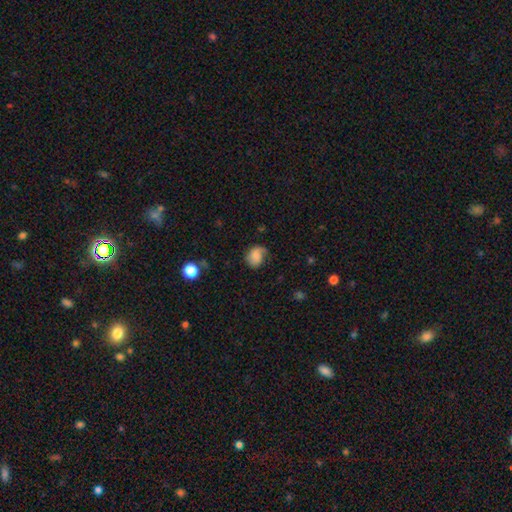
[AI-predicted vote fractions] smooth_or_featured: smooth (p=0.72) [alt: featured or disk p=0.19]
how_rounded: round (p=0.52) [alt: in between p=0.47]
merging: none (p=0.53) [alt: minor disturbance p=0.32]